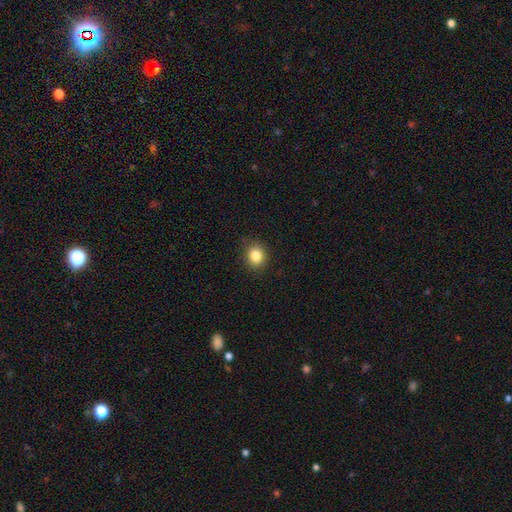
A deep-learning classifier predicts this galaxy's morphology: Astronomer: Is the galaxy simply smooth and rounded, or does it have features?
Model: smooth — 84%.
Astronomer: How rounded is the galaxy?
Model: round — 75%.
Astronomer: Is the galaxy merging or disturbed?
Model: none — 88%.